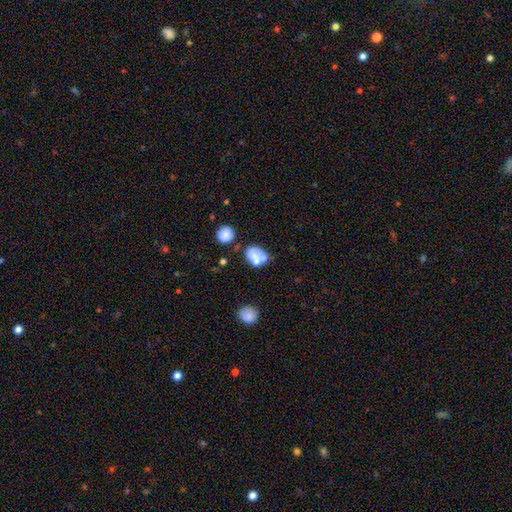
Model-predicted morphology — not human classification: A smooth galaxy with no disk features (68%) that is in between round and cigar-shaped (69%).

Vote fractions:
- Smooth or featured? smooth: 68% / featured or disk: 23% / star or artifact: 9%
- How rounded? in between: 69% / round: 30% / cigar-shaped: 1%
- Merging? none: 43% / minor disturbance: 25% / merger: 22% / major disturbance: 10%